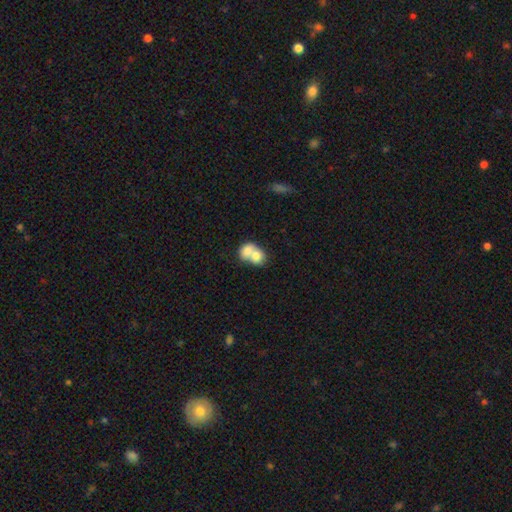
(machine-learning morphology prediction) smooth-or-featured: smooth: 72% | featured or disk: 21% | star or artifact: 7%
  how-rounded: in between: 50% | round: 49% | cigar-shaped: 1%
  merging: merger: 76% | none: 16% | minor disturbance: 5% | major disturbance: 3%